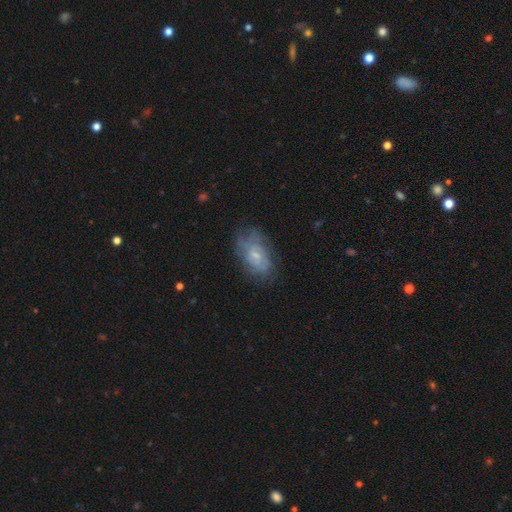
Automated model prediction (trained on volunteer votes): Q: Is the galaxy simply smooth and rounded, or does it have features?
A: featured or disk — 58%.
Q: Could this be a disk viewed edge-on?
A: no — 96%.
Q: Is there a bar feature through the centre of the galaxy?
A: no — 65%.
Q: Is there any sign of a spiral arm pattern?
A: yes — 71%.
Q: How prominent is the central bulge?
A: small — 62%.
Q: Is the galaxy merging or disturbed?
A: none — 61%.